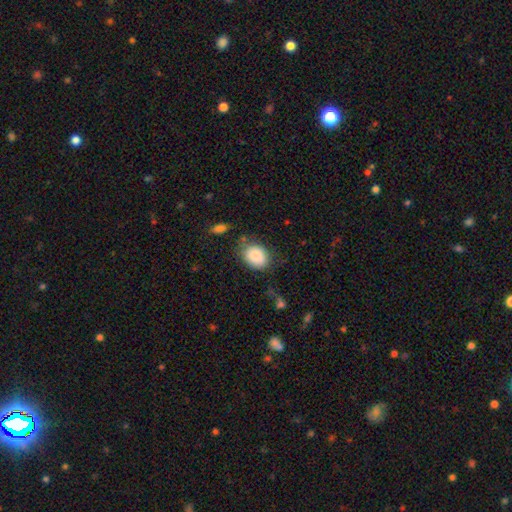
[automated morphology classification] A smooth galaxy with no disk features (86%) that is in between round and cigar-shaped (57%).

Vote fractions:
- Smooth or featured? smooth: 86% / star or artifact: 7% / featured or disk: 7%
- How rounded? in between: 57% / round: 42% / cigar-shaped: 1%
- Merging? none: 72% / minor disturbance: 18% / major disturbance: 6% / merger: 4%